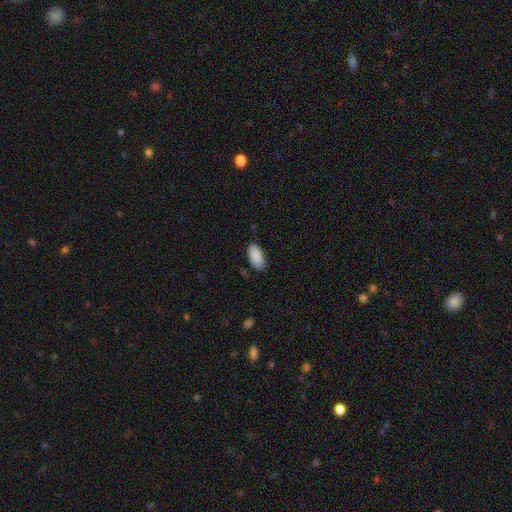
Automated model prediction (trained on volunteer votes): A smooth galaxy with no disk features (90%) that is in between round and cigar-shaped (94%).

Vote fractions:
- Smooth or featured? smooth: 90% / star or artifact: 6% / featured or disk: 4%
- How rounded? in between: 94% / cigar-shaped: 4% / round: 2%
- Merging? none: 83% / minor disturbance: 13% / major disturbance: 2% / merger: 1%